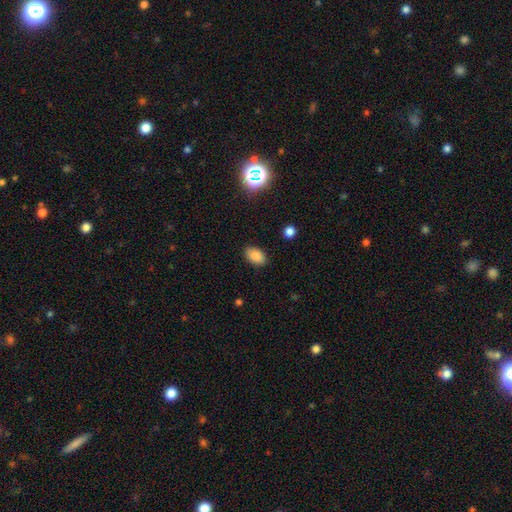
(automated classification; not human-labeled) The model was most divided on "smooth or featured": smooth: 85%, star or artifact: 10%, featured or disk: 6%. More confident: how rounded — in between (89%); merging — none (87%).